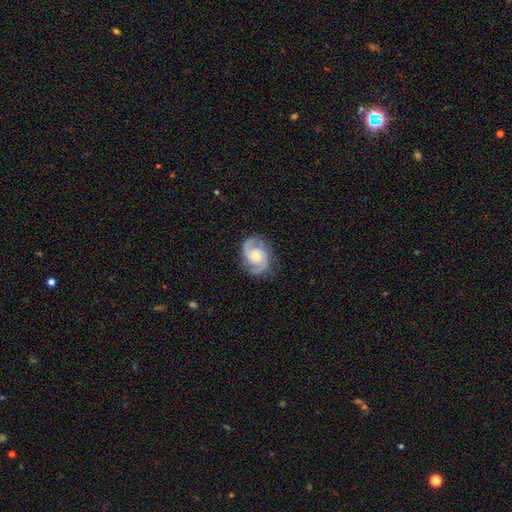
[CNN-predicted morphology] This is clearly a featured or disk galaxy (91%). It is clearly not viewed edge-on (98%). Bar: likely no (65%). Spiral arm pattern: clearly yes (98%). Spiral arm count: clearly 2 (92%). Spiral winding: possibly medium (51%). Central bulge: possibly moderate (55%). Merging: clearly none (82%).